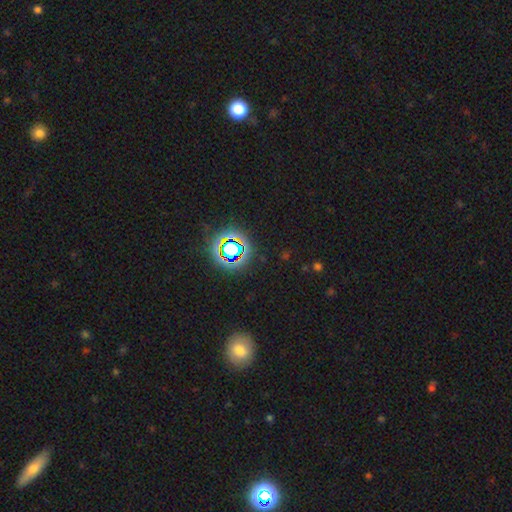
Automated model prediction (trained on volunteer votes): Smooth or featured: star or artifact — 74% (smooth — 16%)